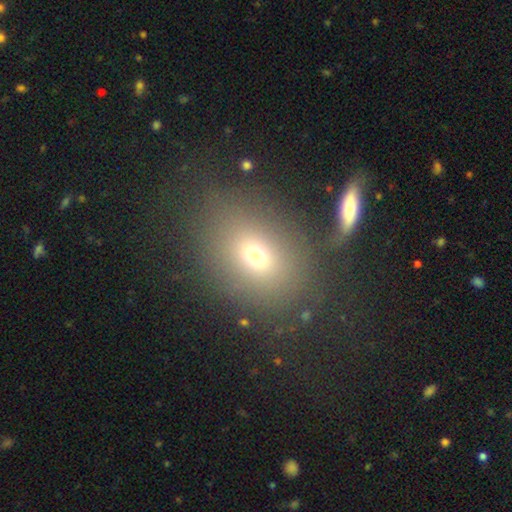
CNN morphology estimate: smooth-or-featured: smooth: 67% | star or artifact: 17% | featured or disk: 16%
  how-rounded: in between: 61% | round: 38% | cigar-shaped: 2%
  merging: none: 74% | minor disturbance: 12% | merger: 8% | major disturbance: 7%